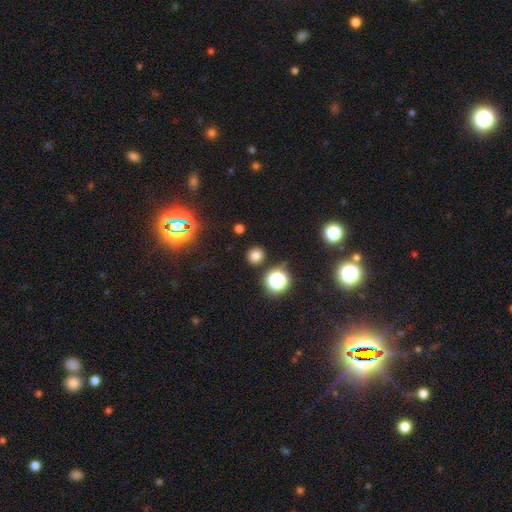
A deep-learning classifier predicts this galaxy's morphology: Smooth or featured? smooth (73%)
How rounded? round (91%)
Merging? none (89%)